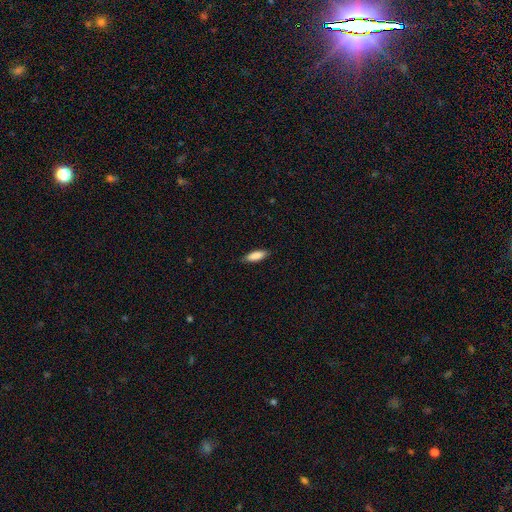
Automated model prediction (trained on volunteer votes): A smooth galaxy with no disk features (87%) that is in between round and cigar-shaped (58%).

Vote fractions:
- Smooth or featured? smooth: 87% / featured or disk: 7% / star or artifact: 6%
- How rounded? in between: 58% / cigar-shaped: 40% / round: 2%
- Merging? none: 85% / minor disturbance: 12% / major disturbance: 2% / merger: 1%